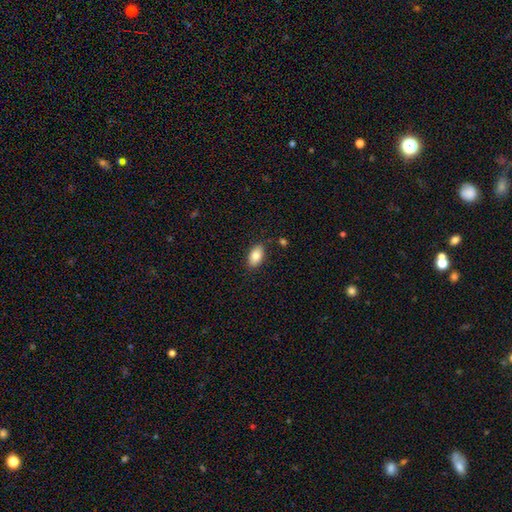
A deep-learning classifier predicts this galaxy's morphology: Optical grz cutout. It shows a smooth galaxy with no disk features (85%) that is in between round and cigar-shaped (93%). Merging: none (87%).